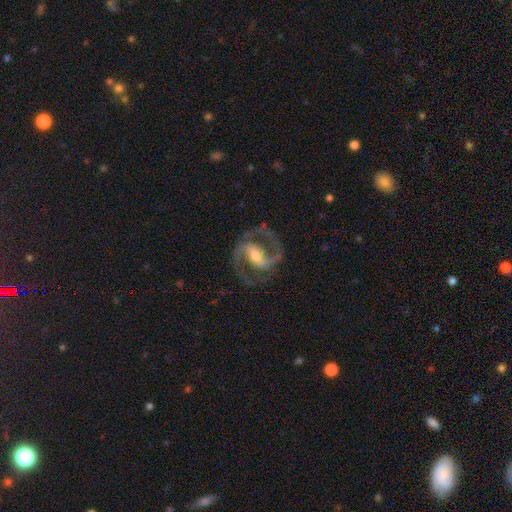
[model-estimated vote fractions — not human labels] Smooth or featured? featured or disk (91%)
Edge-on disk? no (97%)
Bar? strong (51%)
Spiral arms? yes (97%)
Spiral winding? medium (67%)
Spiral arm count? 2 (94%)
Bulge size? moderate (59%)
Merging? none (80%)